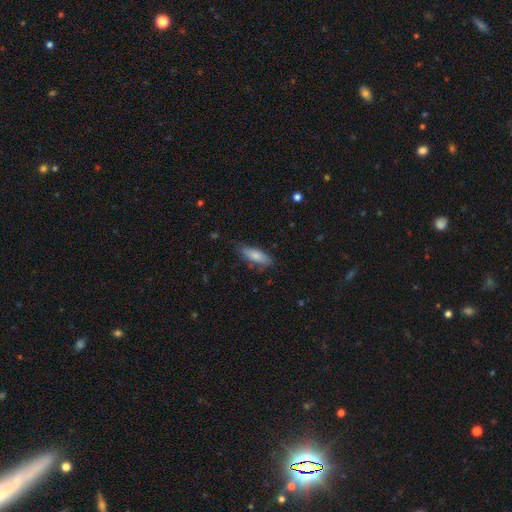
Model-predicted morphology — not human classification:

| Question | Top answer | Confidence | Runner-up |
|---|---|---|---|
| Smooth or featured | smooth | 77% | featured or disk (17%) |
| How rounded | in between | 62% | cigar-shaped (36%) |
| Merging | none | 73% | minor disturbance (22%) |